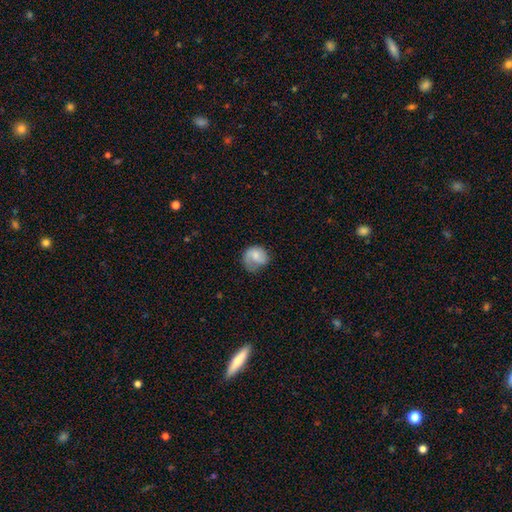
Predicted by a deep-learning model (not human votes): smooth_or_featured: smooth (p=0.57) [alt: featured or disk p=0.36]
how_rounded: round (p=0.72) [alt: in between p=0.28]
merging: none (p=0.48) [alt: minor disturbance p=0.31]